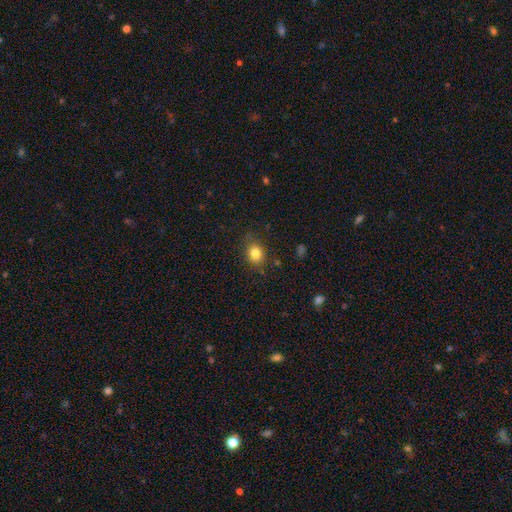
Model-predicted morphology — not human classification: A smooth galaxy with no disk features (82%) that is round (66%). Merging: none (83%).